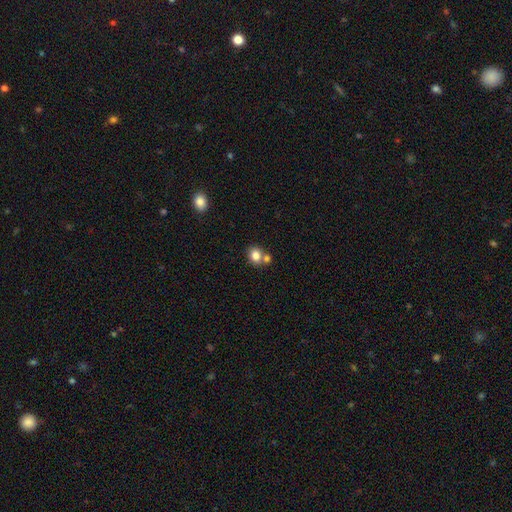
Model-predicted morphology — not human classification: Smooth or featured? Predicted: smooth (p=0.81). How rounded? Predicted: round (p=0.71). Merging? Predicted: none (p=0.55).